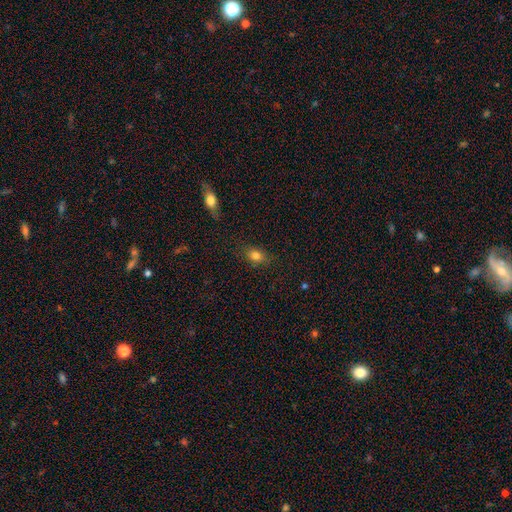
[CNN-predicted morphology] Smooth or featured? smooth (81%)
How rounded? in between (65%)
Merging? none (81%)